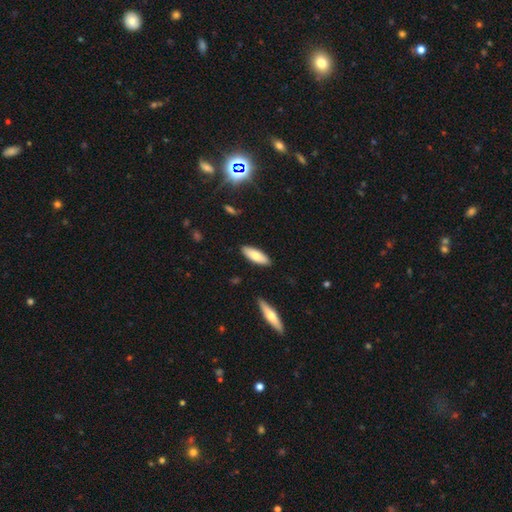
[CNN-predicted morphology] smooth 77%, featured or disk 17%, star or artifact 6%. Down the decision tree: how rounded — in between (64%); merging — none (88%).